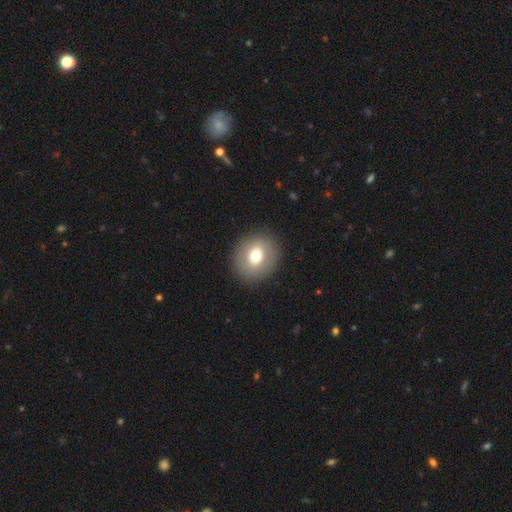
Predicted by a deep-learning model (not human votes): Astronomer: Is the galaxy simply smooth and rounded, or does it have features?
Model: smooth — 71%.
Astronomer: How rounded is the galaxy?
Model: round — 74%.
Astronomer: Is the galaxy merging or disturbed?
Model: none — 89%.